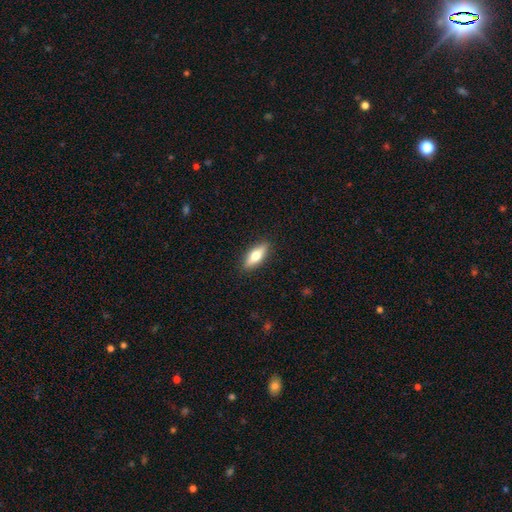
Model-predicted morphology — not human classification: Smooth or featured? smooth (65%)
How rounded? in between (62%)
Merging? none (89%)